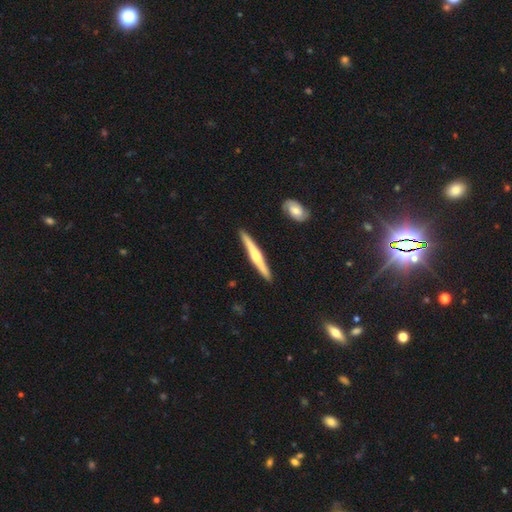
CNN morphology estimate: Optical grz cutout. It shows a featured or disk galaxy (63%) viewed edge-on (97%) with a rounded central bulge (85%). Merging: none (91%).